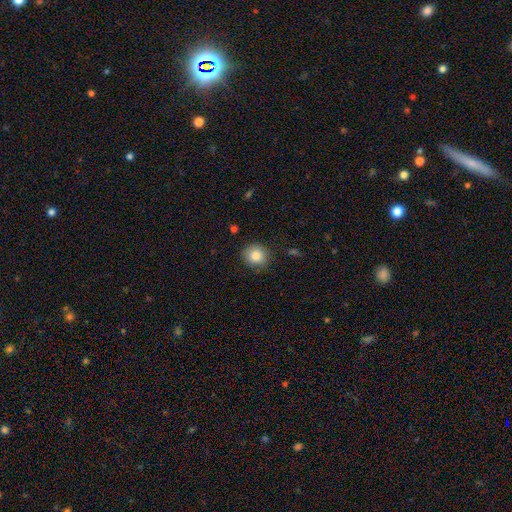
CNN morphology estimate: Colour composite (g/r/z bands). It shows a smooth galaxy with no disk features (85%) that is round (88%). Merging: none (85%).